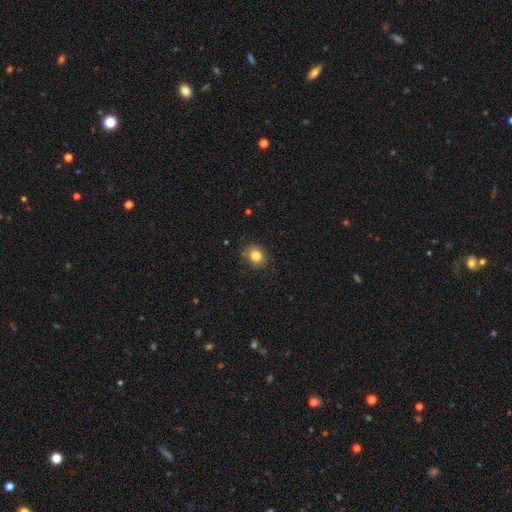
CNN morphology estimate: smooth-or-featured: smooth: 82% | star or artifact: 10% | featured or disk: 8%
  how-rounded: round: 60% | in between: 39% | cigar-shaped: 1%
  merging: none: 82% | minor disturbance: 14% | major disturbance: 3% | merger: 1%